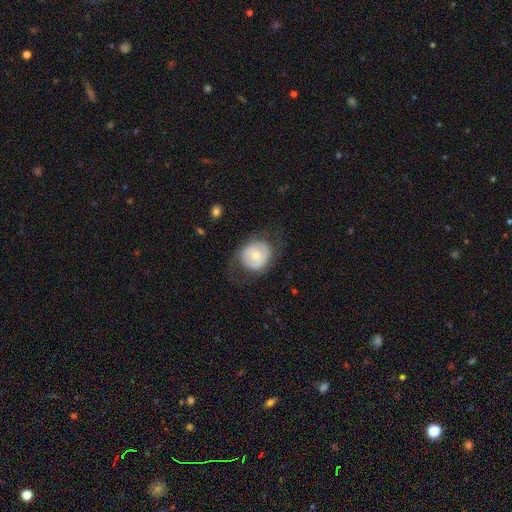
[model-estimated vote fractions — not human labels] The model was most divided on "smooth or featured": smooth: 53%, featured or disk: 40%, star or artifact: 7%. More confident: how rounded — round (72%); merging — none (64%).